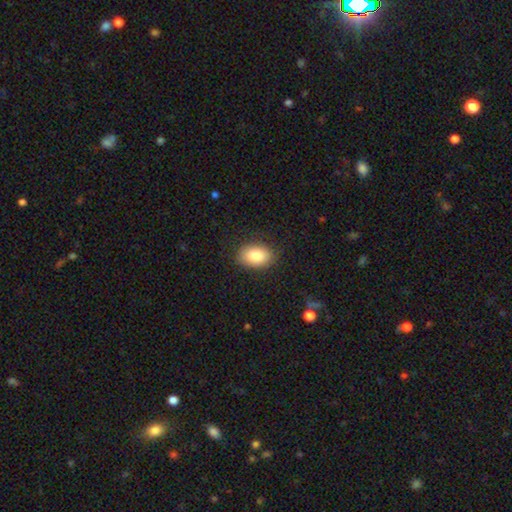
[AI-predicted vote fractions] Morphology: type=smooth (85%); roundness=in between (87%); merging=none (84%).